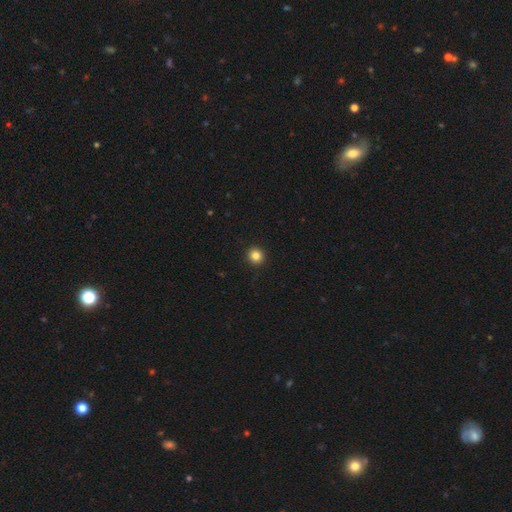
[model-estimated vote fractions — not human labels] smooth-or-featured: smooth: 84% | star or artifact: 12% | featured or disk: 4%
  how-rounded: round: 93% | in between: 6% | cigar-shaped: 1%
  merging: none: 93% | minor disturbance: 4% | major disturbance: 1% | merger: 1%